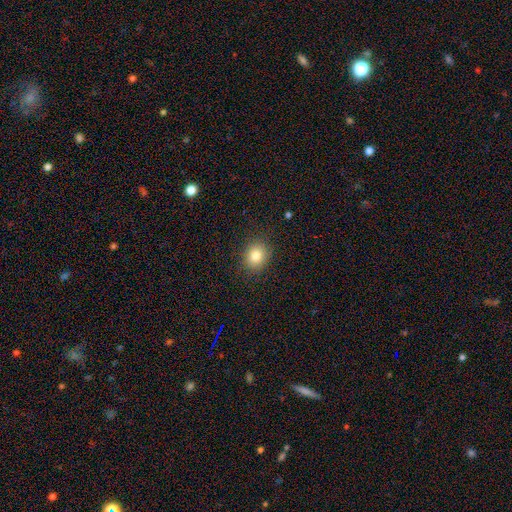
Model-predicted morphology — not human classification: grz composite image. It shows a smooth galaxy with no disk features (81%) that is round (67%). Merging: none (87%).